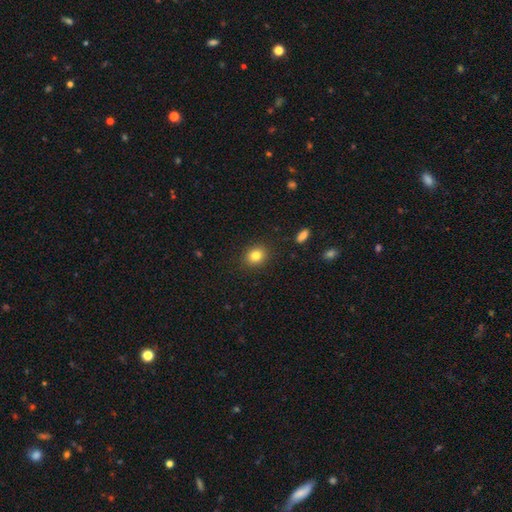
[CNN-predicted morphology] Smooth or featured?
  - smooth: 82% *
  - star or artifact: 11%
  - featured or disk: 7%
How rounded?
  - round: 67% *
  - in between: 32%
  - cigar-shaped: 1%
Merging?
  - none: 89% *
  - minor disturbance: 7%
  - major disturbance: 2%
  - merger: 1%